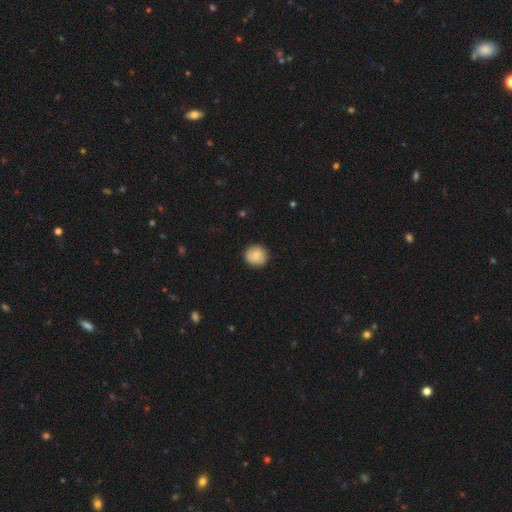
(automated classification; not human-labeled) Q: Smooth or featured?
A: smooth (82%); runner-up: featured or disk (10%)
Q: How rounded?
A: round (89%); runner-up: in between (10%)
Q: Merging?
A: none (87%); runner-up: minor disturbance (9%)